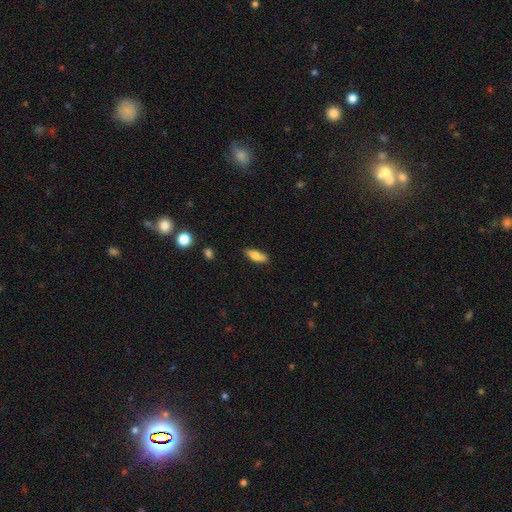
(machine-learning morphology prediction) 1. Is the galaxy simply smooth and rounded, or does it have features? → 79% smooth, 14% featured or disk, 7% star or artifact.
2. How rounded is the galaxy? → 69% in between, 29% cigar-shaped, 2% round.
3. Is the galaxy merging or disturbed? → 79% none, 16% minor disturbance, 3% major disturbance, 2% merger.